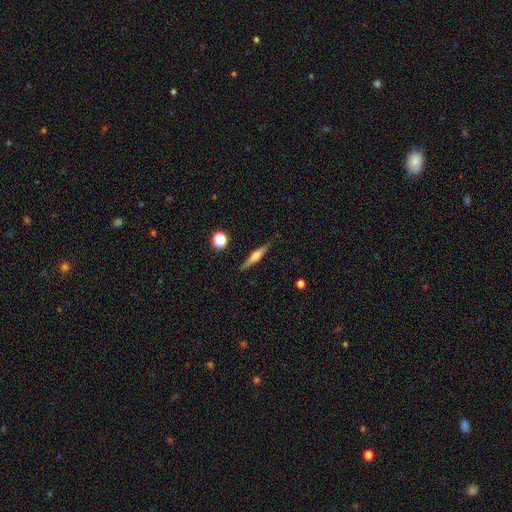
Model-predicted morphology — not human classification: Q: Smooth or featured?
A: featured or disk (61%); runner-up: smooth (32%)
Q: Edge-on disk?
A: yes (97%); runner-up: no (3%)
Q: Edge-on bulge?
A: rounded (71%); runner-up: boxy (21%)
Q: Merging?
A: none (88%); runner-up: minor disturbance (9%)